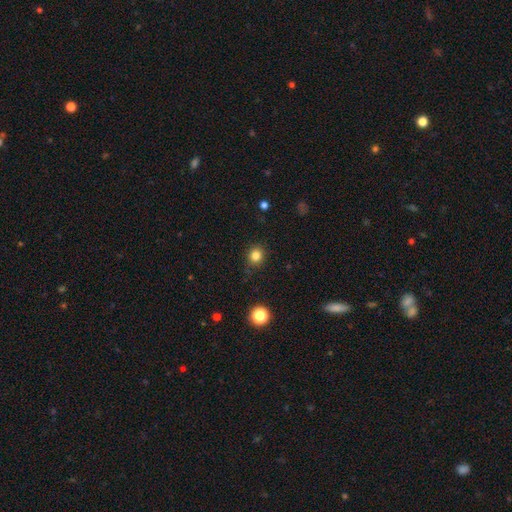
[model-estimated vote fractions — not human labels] This appears to be a smooth galaxy with no disk features (83%) that is round (84%). Merging: none (85%).